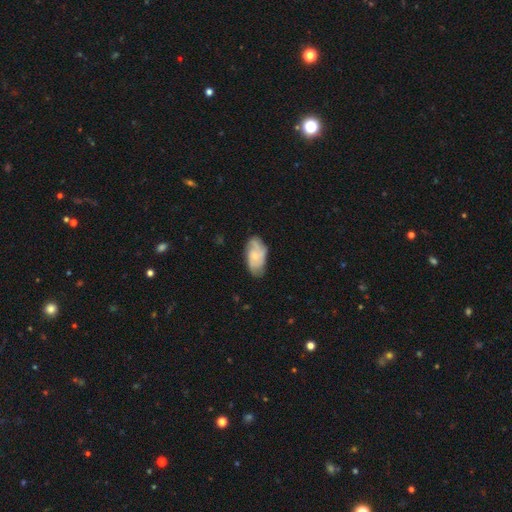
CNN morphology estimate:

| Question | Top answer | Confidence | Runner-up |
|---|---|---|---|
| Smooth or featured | featured or disk | 60% | smooth (34%) |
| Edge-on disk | no | 96% | yes (4%) |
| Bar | no | 70% | weak (26%) |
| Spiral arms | yes | 89% | no (11%) |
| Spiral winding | medium | 43% | tight (39%) |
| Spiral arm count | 2 | 30% | can't tell (28%) |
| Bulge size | small | 58% | moderate (29%) |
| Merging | none | 69% | minor disturbance (23%) |